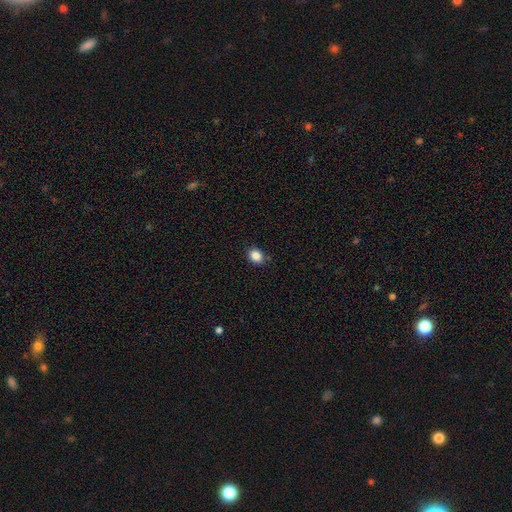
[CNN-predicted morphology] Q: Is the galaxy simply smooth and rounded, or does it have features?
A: smooth — 86%.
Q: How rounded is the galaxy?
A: round — 50%.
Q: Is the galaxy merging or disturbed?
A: none — 84%.